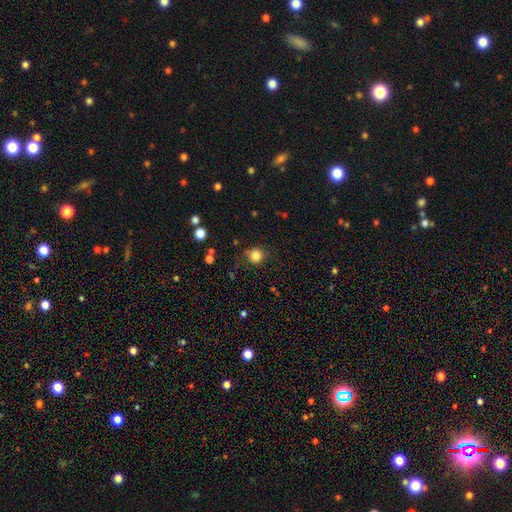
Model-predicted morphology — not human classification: This is clearly a smooth galaxy (83%). How rounded: clearly round (88%). Merging: likely none (79%).